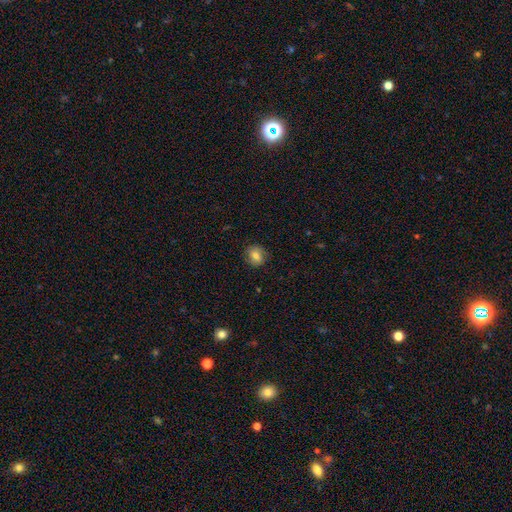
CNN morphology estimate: Smooth or featured? smooth (70%)
How rounded? round (72%)
Merging? none (82%)